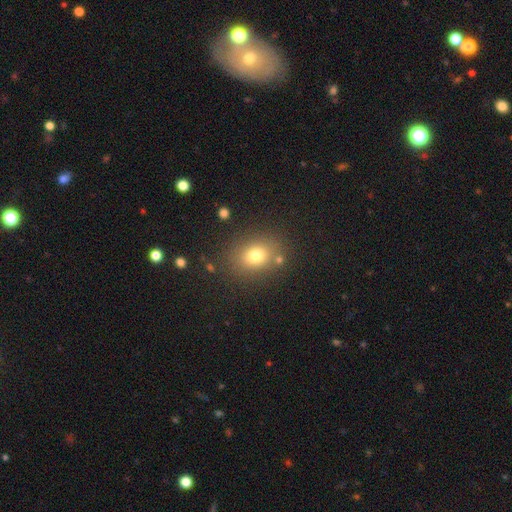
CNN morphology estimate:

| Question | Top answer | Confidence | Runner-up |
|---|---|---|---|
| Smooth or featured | smooth | 75% | star or artifact (14%) |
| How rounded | in between | 52% | round (47%) |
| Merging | none | 80% | minor disturbance (11%) |